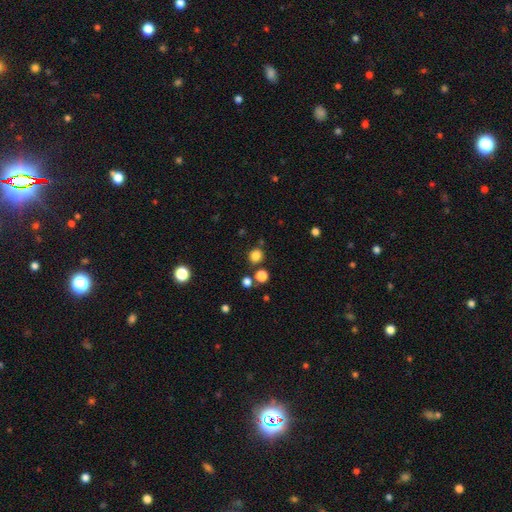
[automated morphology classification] Smooth or featured?
  - smooth: 81% *
  - star or artifact: 15%
  - featured or disk: 4%
How rounded?
  - round: 87% *
  - in between: 12%
  - cigar-shaped: 1%
Merging?
  - none: 80% *
  - minor disturbance: 8%
  - merger: 8%
  - major disturbance: 3%